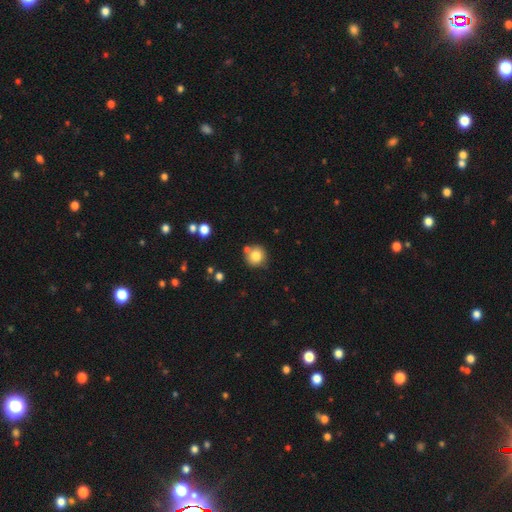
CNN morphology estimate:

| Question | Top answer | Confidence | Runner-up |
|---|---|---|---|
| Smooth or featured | smooth | 80% | star or artifact (11%) |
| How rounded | round | 91% | in between (8%) |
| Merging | none | 72% | merger (13%) |